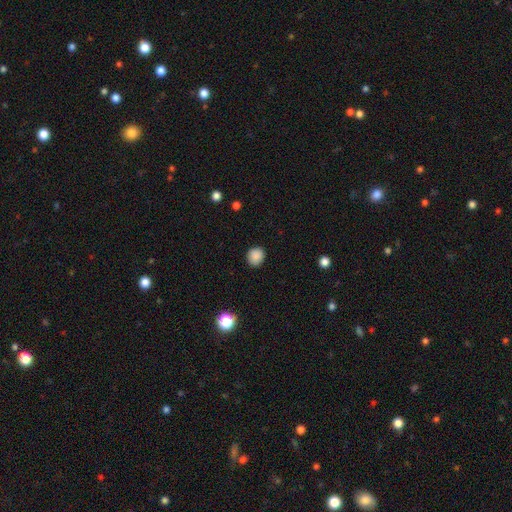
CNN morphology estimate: Smooth or featured? Predicted: smooth (p=0.87). How rounded? Predicted: round (p=0.81). Merging? Predicted: none (p=0.87).